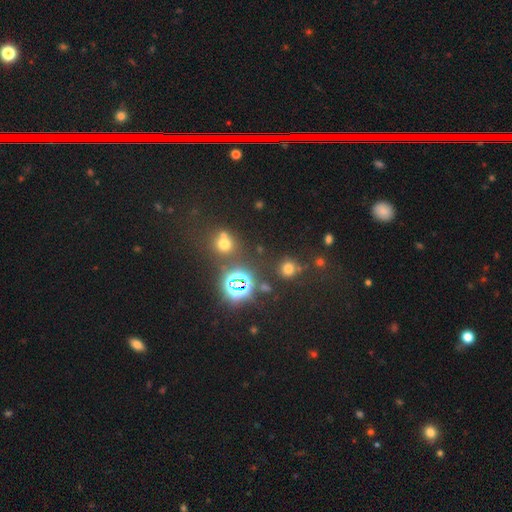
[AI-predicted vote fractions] Smooth or featured?
  - star or artifact: 68% *
  - smooth: 25%
  - featured or disk: 8%